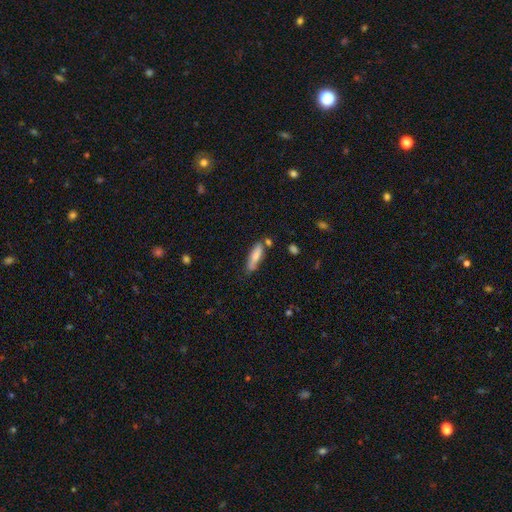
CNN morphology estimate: This is likely a smooth galaxy (76%). How rounded: possibly cigar-shaped (59%). Merging: likely none (65%).